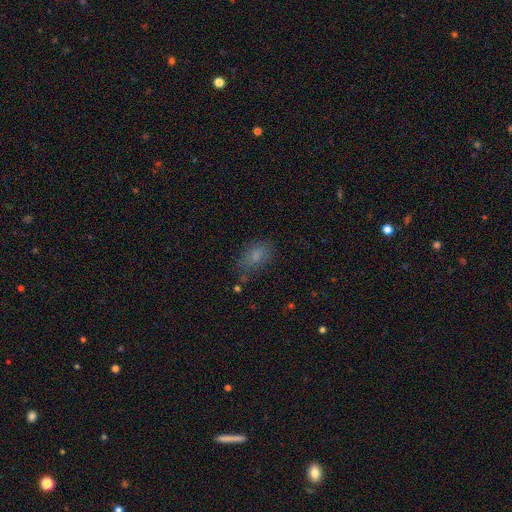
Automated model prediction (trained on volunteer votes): smooth 75%, featured or disk 13%, star or artifact 12%. Down the decision tree: how rounded — in between (86%); merging — none (59%).